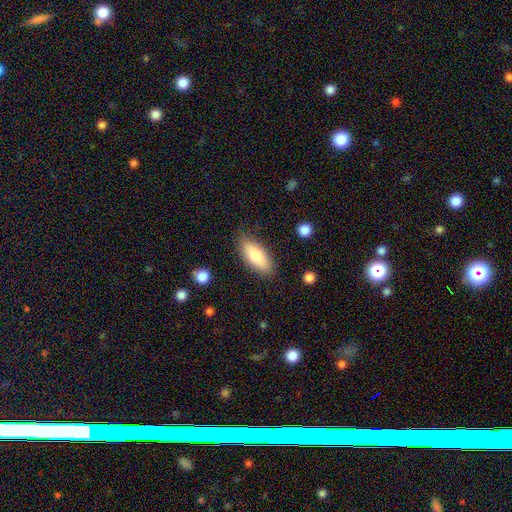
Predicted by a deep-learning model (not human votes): This is likely a smooth galaxy (77%). How rounded: likely in between (74%). Merging: clearly none (84%).